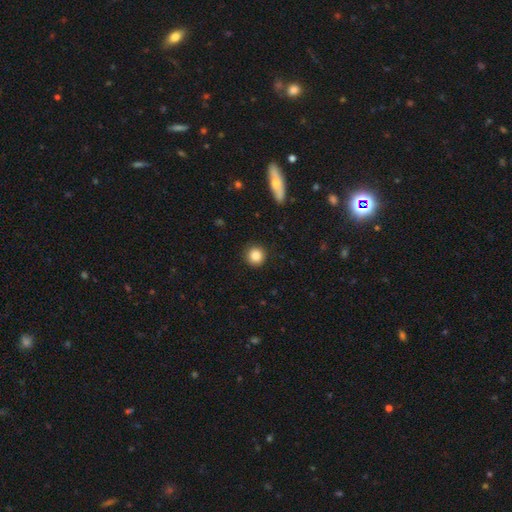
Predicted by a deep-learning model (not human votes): Overall: smooth (87%). How rounded: round (93%). Merging: none (90%).